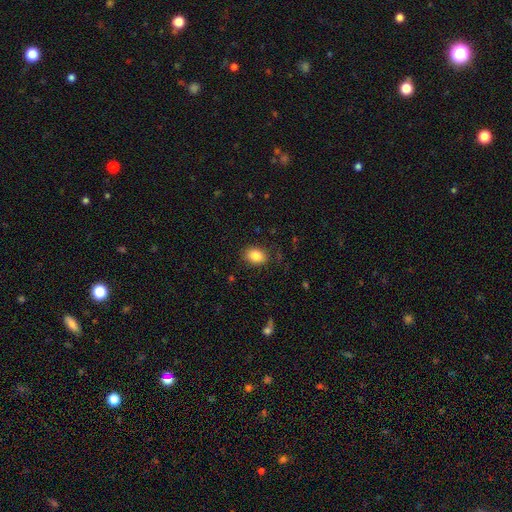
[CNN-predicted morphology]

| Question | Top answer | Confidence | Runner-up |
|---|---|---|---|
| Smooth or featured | smooth | 85% | star or artifact (8%) |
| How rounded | in between | 72% | round (27%) |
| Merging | none | 85% | minor disturbance (11%) |